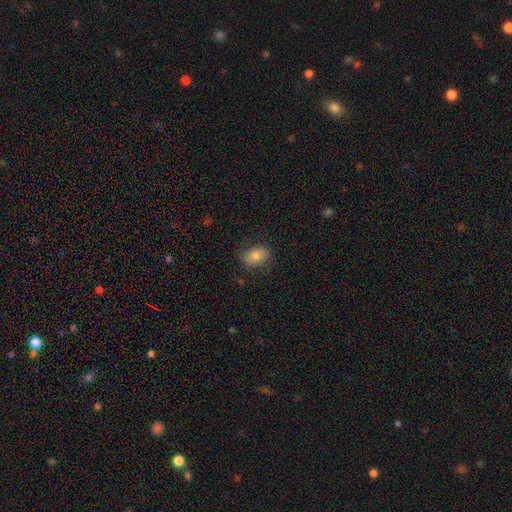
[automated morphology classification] smooth 79%, featured or disk 12%, star or artifact 9%. Down the decision tree: how rounded — in between (78%); merging — none (83%).